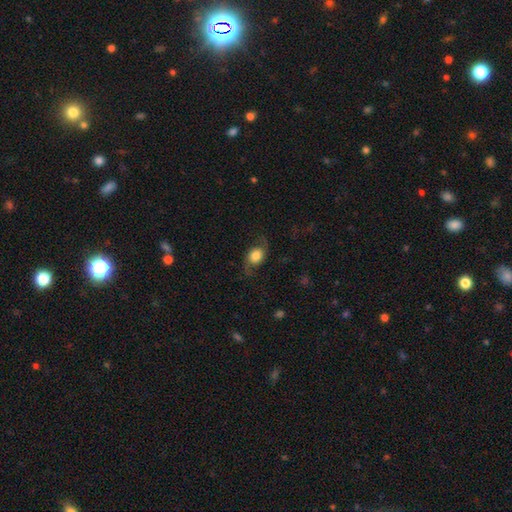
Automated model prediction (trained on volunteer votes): This is possibly a featured or disk galaxy (47%). Merging: likely none (69%).